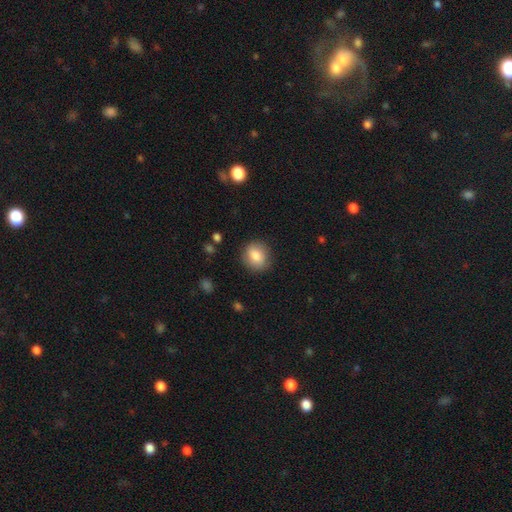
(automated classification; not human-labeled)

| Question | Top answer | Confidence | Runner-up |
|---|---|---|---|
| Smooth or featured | smooth | 81% | featured or disk (11%) |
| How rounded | round | 75% | in between (24%) |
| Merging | none | 84% | minor disturbance (11%) |